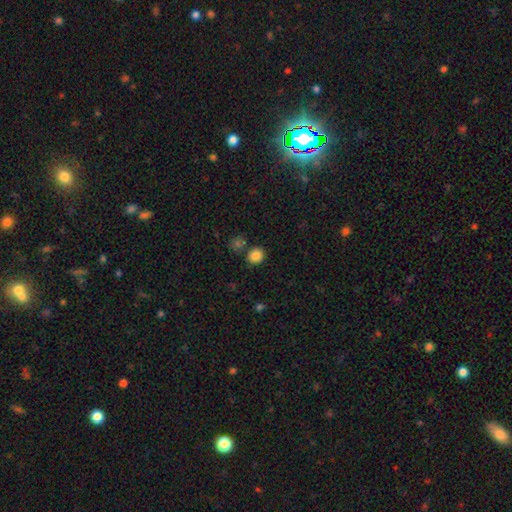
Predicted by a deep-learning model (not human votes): Morphology: type=smooth (85%); roundness=round (79%); merging=none (80%).